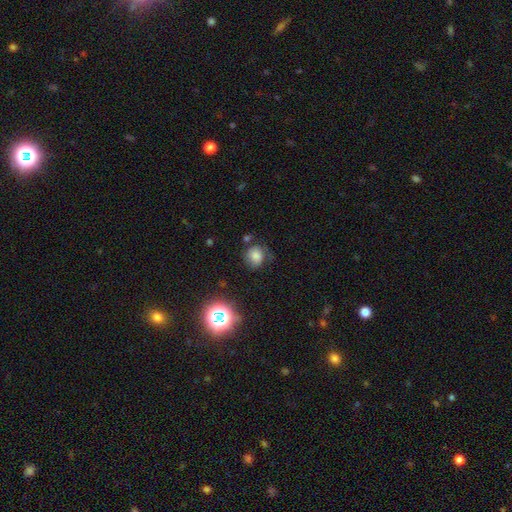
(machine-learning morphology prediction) The model was most divided on "merging": none: 55%, minor disturbance: 26%, major disturbance: 15%, merger: 4%. More confident: how rounded — round (73%); smooth or featured — smooth (67%).